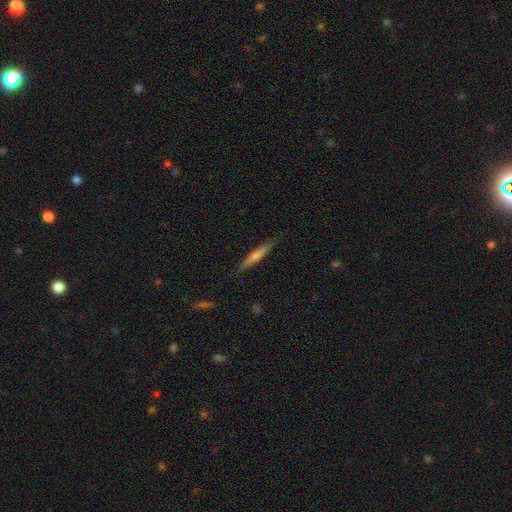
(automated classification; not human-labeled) This appears to be a featured or disk galaxy (56%) viewed edge-on (96%) with a rounded central bulge (66%). Merging: none (88%).